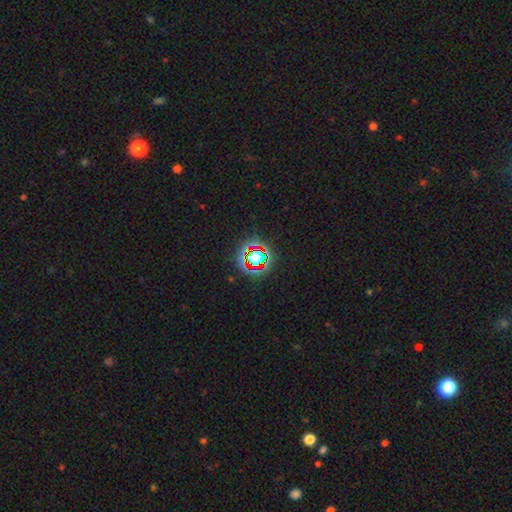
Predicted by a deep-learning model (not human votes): This is likely a star or artifact rather than a galaxy (67%).